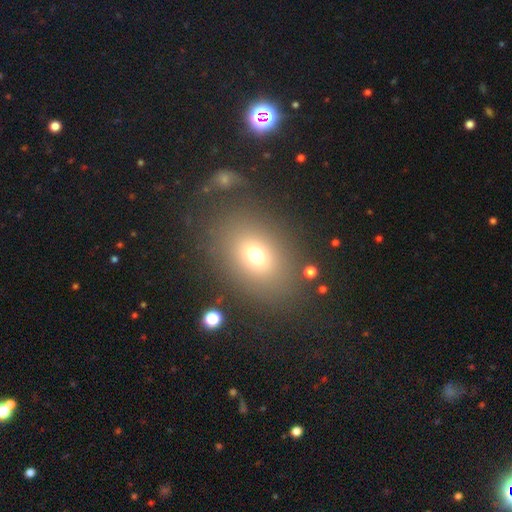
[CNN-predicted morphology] Smooth or featured: smooth — 70% (star or artifact — 16%)
How rounded: in between — 63% (round — 36%)
Merging: none — 76% (minor disturbance — 11%)